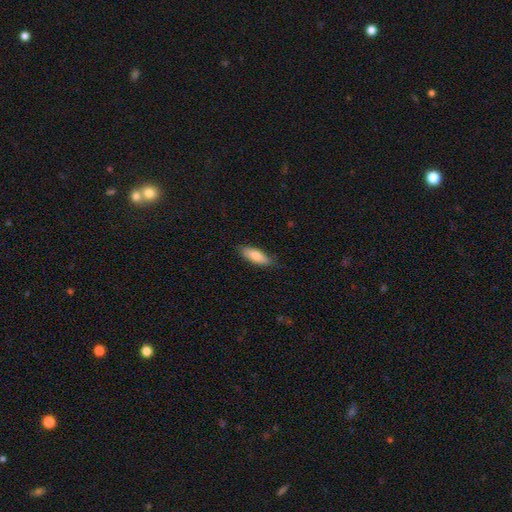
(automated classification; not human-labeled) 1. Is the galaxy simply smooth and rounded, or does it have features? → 82% smooth, 13% featured or disk, 6% star or artifact.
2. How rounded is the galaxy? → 66% in between, 32% cigar-shaped, 2% round.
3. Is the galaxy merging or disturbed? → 81% none, 15% minor disturbance, 3% major disturbance, 1% merger.